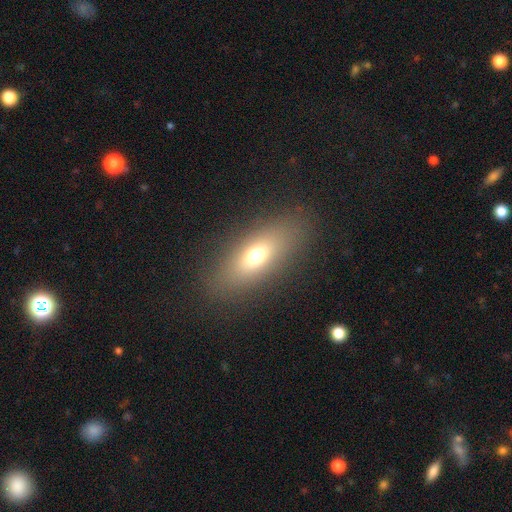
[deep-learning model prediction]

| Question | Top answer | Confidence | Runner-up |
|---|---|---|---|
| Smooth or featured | smooth | 66% | featured or disk (22%) |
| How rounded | in between | 73% | cigar-shaped (20%) |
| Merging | none | 84% | minor disturbance (9%) |